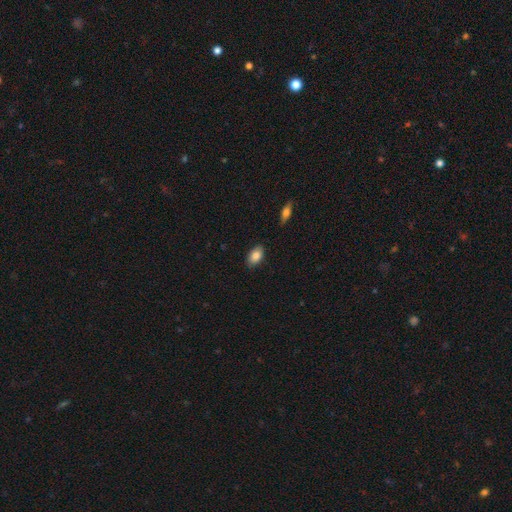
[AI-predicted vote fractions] Smooth or featured? Predicted: smooth (p=0.85). How rounded? Predicted: in between (p=0.92). Merging? Predicted: none (p=0.86).